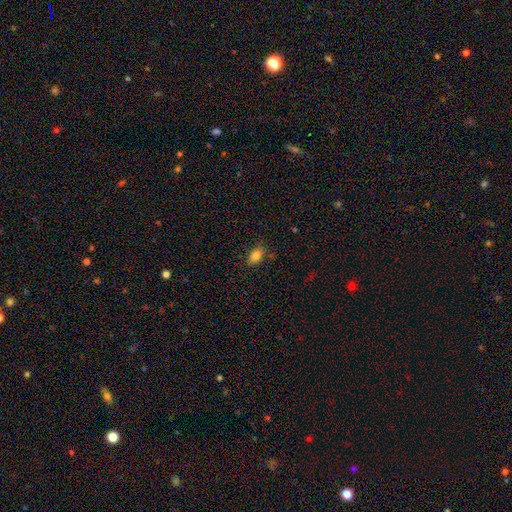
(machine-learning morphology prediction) type=smooth (83%); roundness=in between (87%); merging=none (81%).